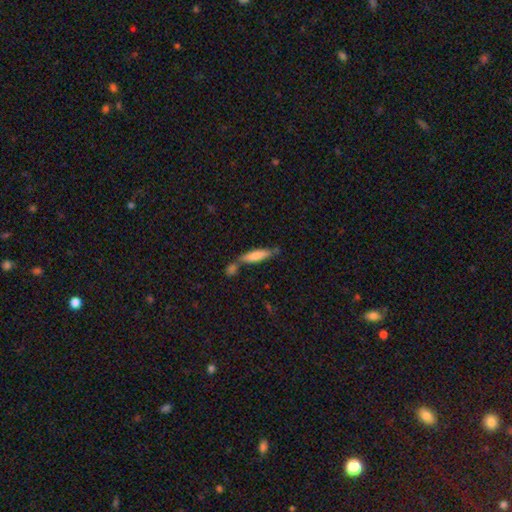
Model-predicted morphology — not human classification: Smooth or featured? smooth (73%)
How rounded? cigar-shaped (75%)
Merging? none (55%)